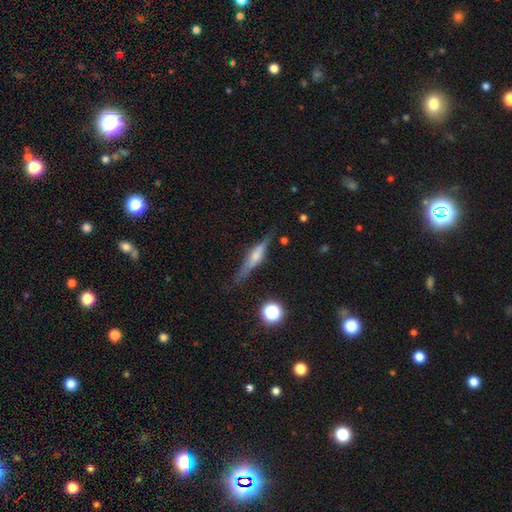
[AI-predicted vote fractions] smooth_or_featured: featured or disk (p=0.59) [alt: smooth p=0.32]
disk_edge_on: yes (p=0.94) [alt: no p=0.06]
edge_on_bulge: rounded (p=0.65) [alt: boxy p=0.24]
merging: none (p=0.79) [alt: minor disturbance p=0.15]